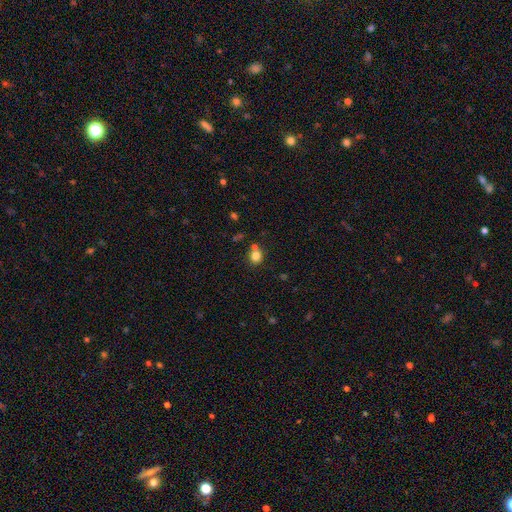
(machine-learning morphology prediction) Smooth or featured: smooth — 81% (star or artifact — 13%)
How rounded: round — 84% (in between — 15%)
Merging: none — 66% (merger — 21%)